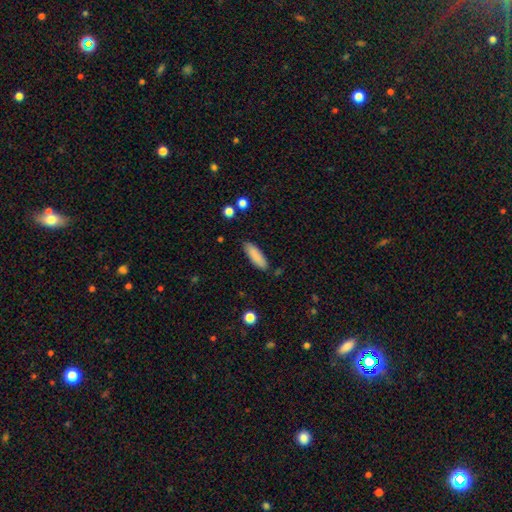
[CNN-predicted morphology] Smooth or featured? smooth (88%)
How rounded? in between (51%)
Merging? none (85%)